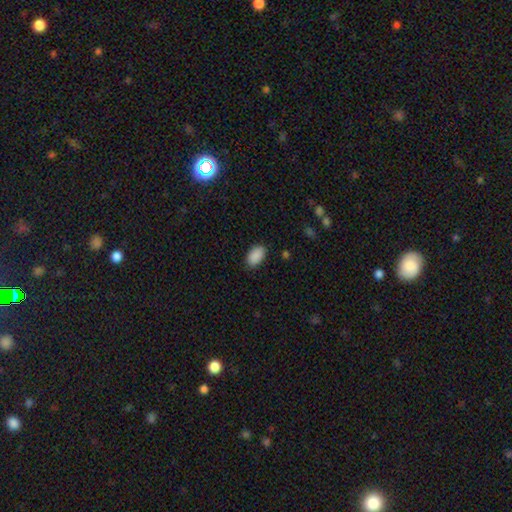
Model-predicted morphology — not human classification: This is clearly a smooth galaxy (90%). How rounded: clearly in between (93%). Merging: clearly none (84%).